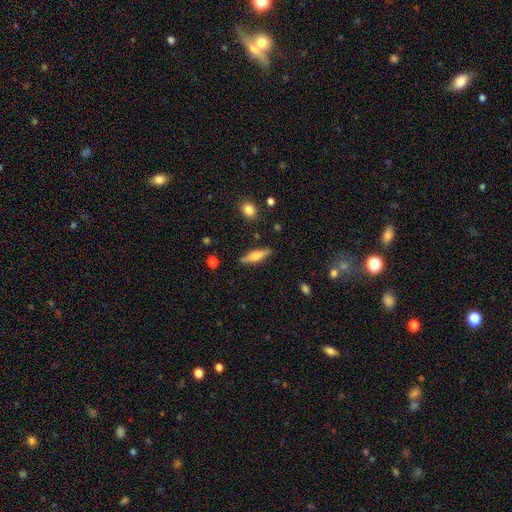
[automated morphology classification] smooth-or-featured: featured or disk: 50% | smooth: 43% | star or artifact: 7%
  disk-edge-on: yes: 94% | no: 6%
  merging: none: 86% | minor disturbance: 10% | major disturbance: 2% | merger: 2%